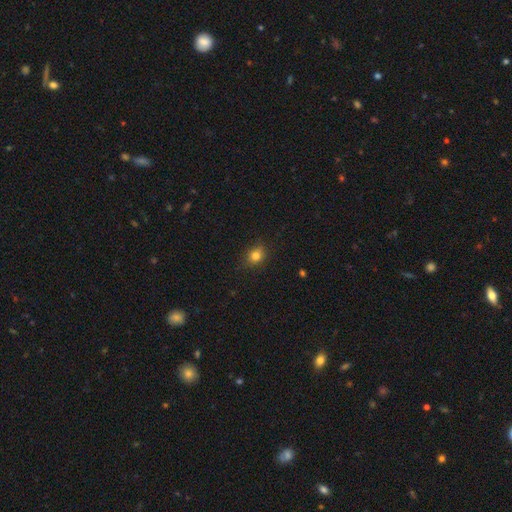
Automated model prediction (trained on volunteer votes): Smooth or featured? smooth (82%)
How rounded? round (59%)
Merging? none (84%)